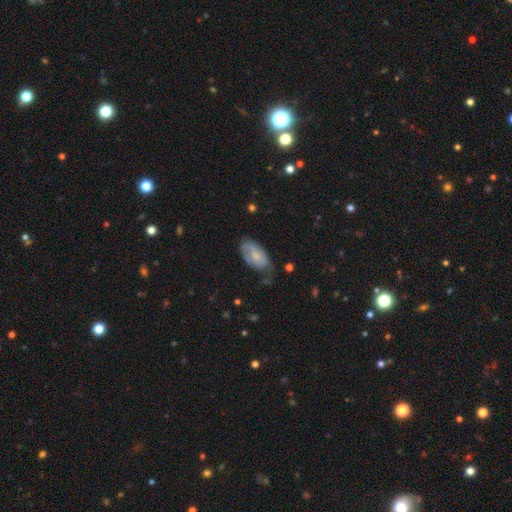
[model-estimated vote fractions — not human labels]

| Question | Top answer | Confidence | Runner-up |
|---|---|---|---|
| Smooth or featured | smooth | 50% | featured or disk (44%) |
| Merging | none | 51% | minor disturbance (34%) |